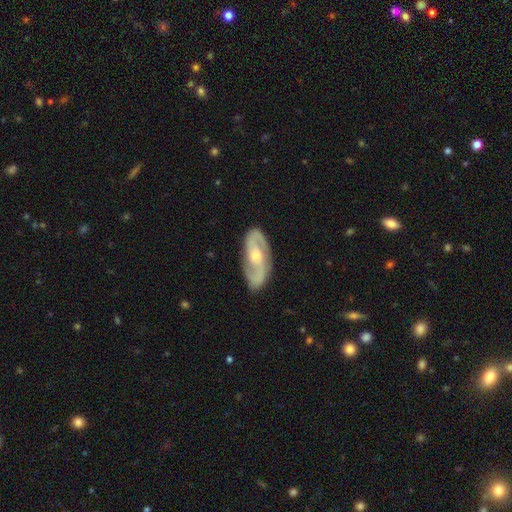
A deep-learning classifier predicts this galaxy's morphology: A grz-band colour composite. It shows a featured or disk galaxy (82%) with no bar (50%), 2 (88%) medium (46%) spiral arms (92%) and a moderate central bulge (54%). Merging: none (83%).